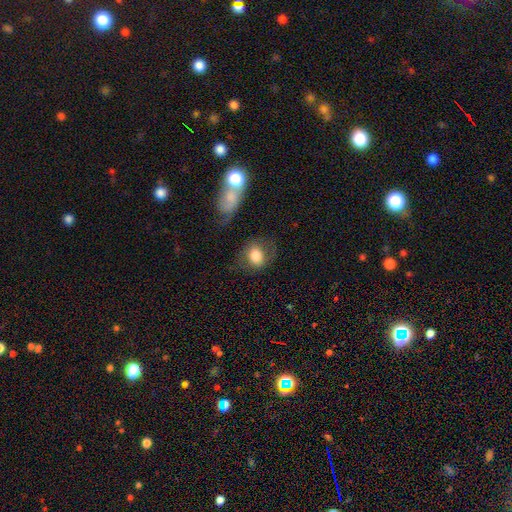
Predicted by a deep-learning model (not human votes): This appears to be a smooth galaxy with no disk features (75%) that is round (51%). Merging: none (58%).